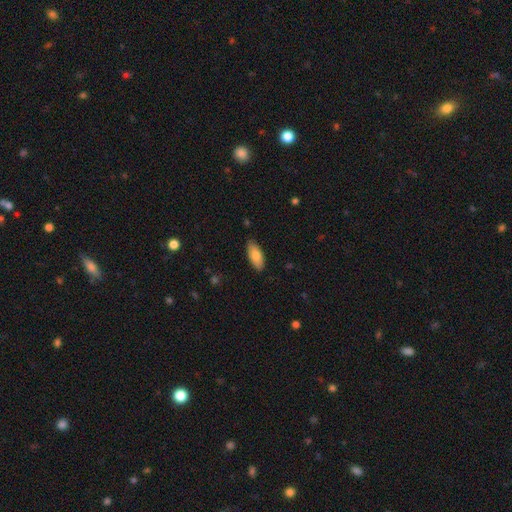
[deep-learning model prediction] This is clearly a smooth galaxy (82%). How rounded: clearly in between (84%). Merging: clearly none (85%).